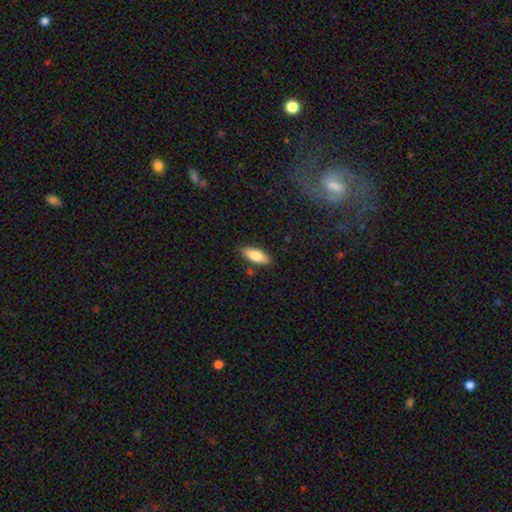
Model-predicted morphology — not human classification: smooth_or_featured: smooth (p=0.77) [alt: featured or disk p=0.17]
how_rounded: in between (p=0.68) [alt: cigar-shaped p=0.30]
merging: none (p=0.84) [alt: minor disturbance p=0.12]